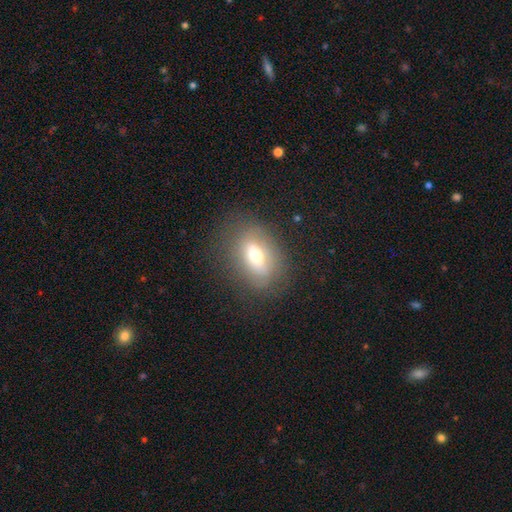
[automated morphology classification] Smooth or featured? smooth (58%)
How rounded? in between (80%)
Merging? none (76%)